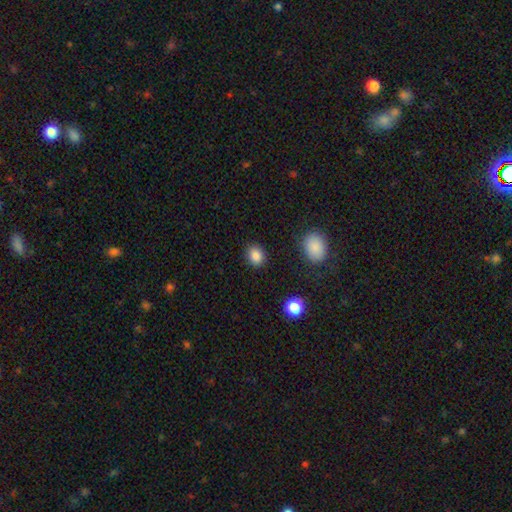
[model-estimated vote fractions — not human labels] This appears to be a smooth galaxy with no disk features (86%) that is round (56%). Merging: none (87%).